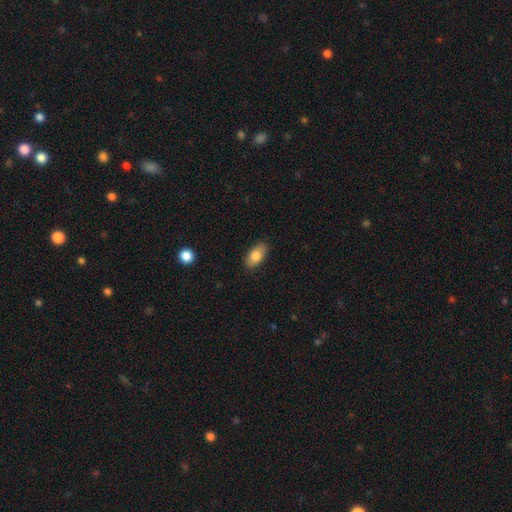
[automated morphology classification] A smooth galaxy with no disk features (81%) that is in between round and cigar-shaped (91%). Merging: none (86%).